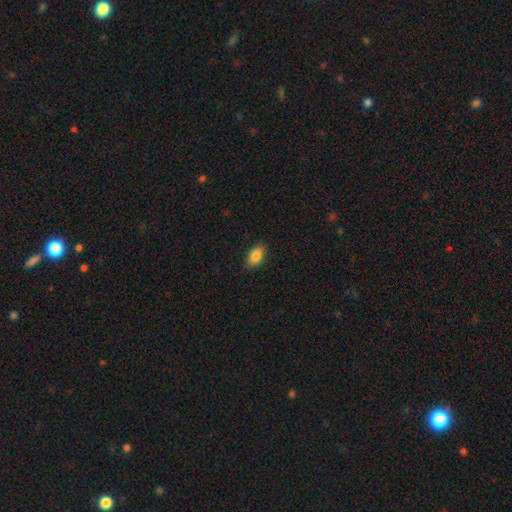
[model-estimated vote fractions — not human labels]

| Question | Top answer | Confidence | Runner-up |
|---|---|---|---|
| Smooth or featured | smooth | 87% | star or artifact (8%) |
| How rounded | in between | 90% | round (7%) |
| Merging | none | 86% | minor disturbance (10%) |